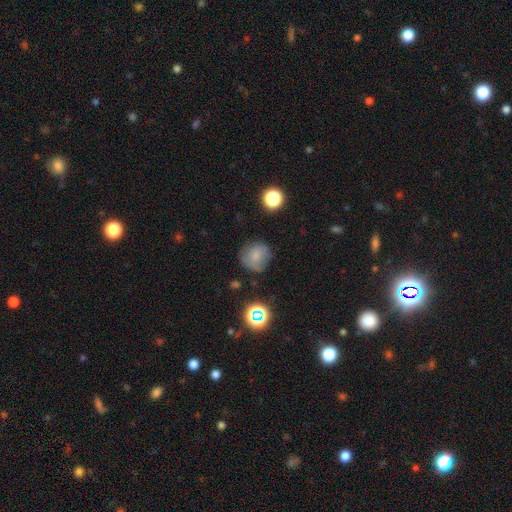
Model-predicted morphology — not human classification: Overall: smooth (71%). How rounded: round (87%). Merging: none (68%).